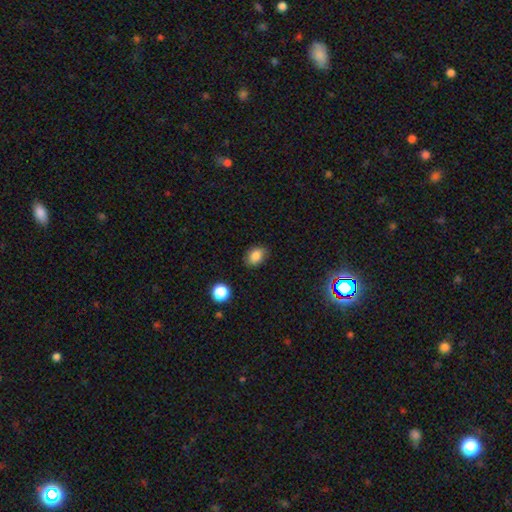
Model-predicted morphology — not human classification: This is clearly a smooth galaxy (84%). How rounded: likely in between (70%). Merging: clearly none (80%).